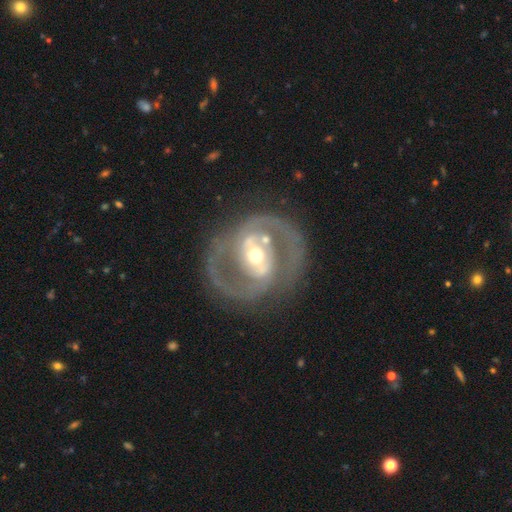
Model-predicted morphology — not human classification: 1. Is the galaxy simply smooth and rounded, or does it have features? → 86% featured or disk, 9% smooth, 5% star or artifact.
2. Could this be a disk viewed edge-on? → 97% no, 3% yes.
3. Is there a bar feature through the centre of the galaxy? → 36% weak, 33% no, 32% strong.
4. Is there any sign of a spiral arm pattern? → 81% yes, 19% no.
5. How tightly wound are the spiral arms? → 52% medium, 30% tight, 18% loose.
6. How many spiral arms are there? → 86% 2, 6% can't tell, 3% 1, 2% 3, 1% 4, 1% more than 4.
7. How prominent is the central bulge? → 65% moderate, 25% small, 8% large, 1% dominant, 1% none.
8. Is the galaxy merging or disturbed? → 74% none, 13% minor disturbance, 10% major disturbance, 4% merger.